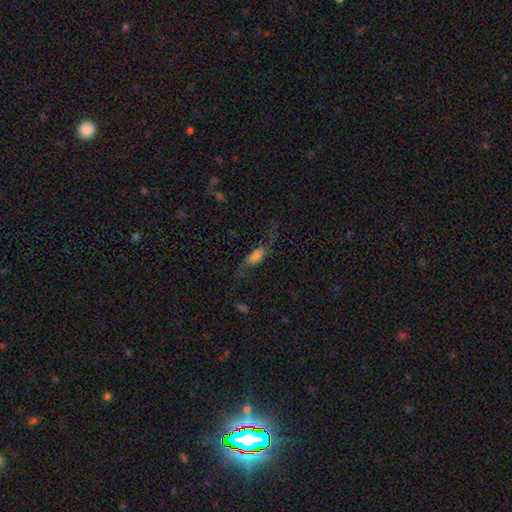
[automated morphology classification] This appears to be a smooth galaxy with no disk features (50%). Merging: none (51%).